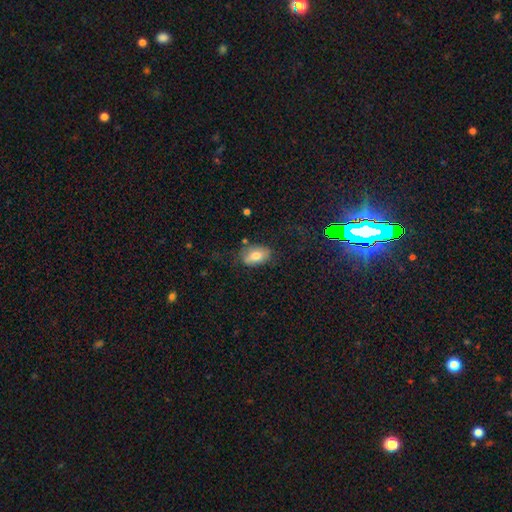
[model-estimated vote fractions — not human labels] This is likely a smooth galaxy (74%). How rounded: clearly in between (89%). Merging: likely none (70%).